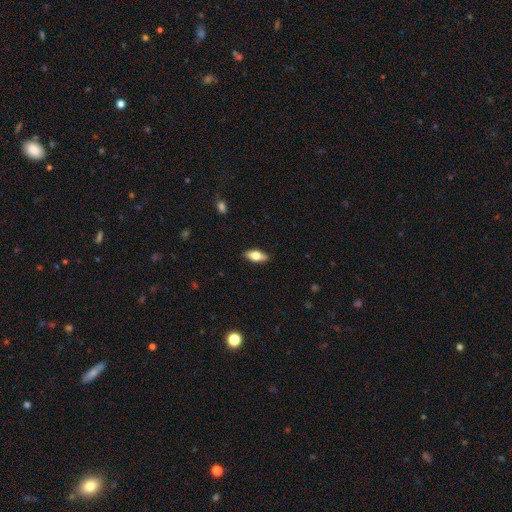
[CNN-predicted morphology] Smooth or featured: smooth — 67% (featured or disk — 27%)
How rounded: in between — 82% (cigar-shaped — 15%)
Merging: none — 88% (minor disturbance — 9%)